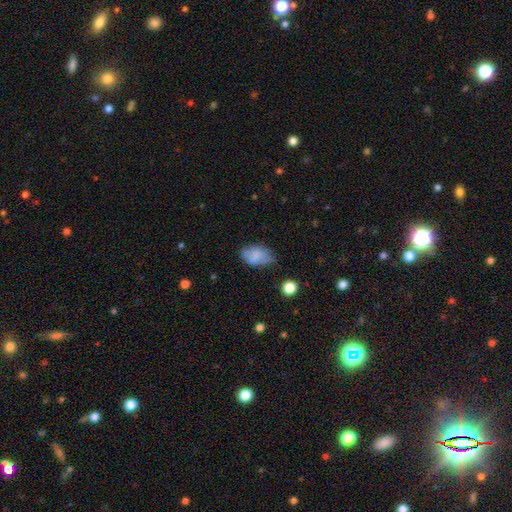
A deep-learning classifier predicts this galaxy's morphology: smooth 76%, featured or disk 15%, star or artifact 9%. Down the decision tree: how rounded — in between (91%); merging — none (53%).